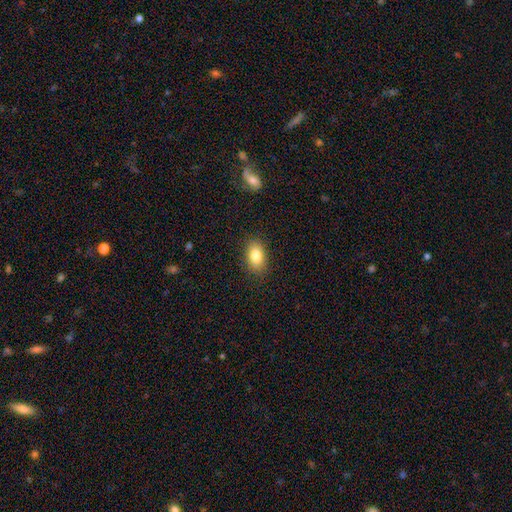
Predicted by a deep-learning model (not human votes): Morphology: type=smooth (83%); roundness=in between (88%); merging=none (87%).